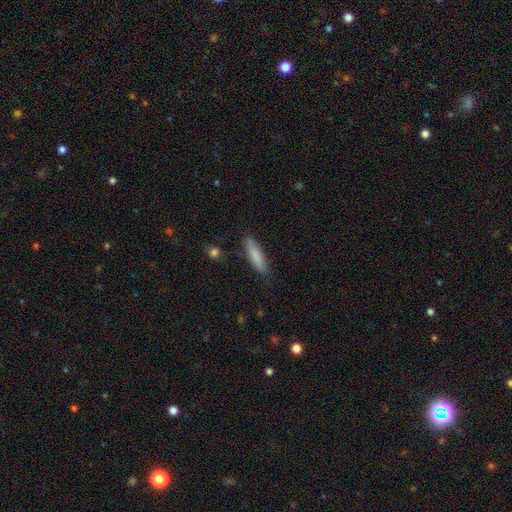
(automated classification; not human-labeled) Overall: smooth (83%). How rounded: cigar-shaped (65%; in between 34%). Merging: none (82%).